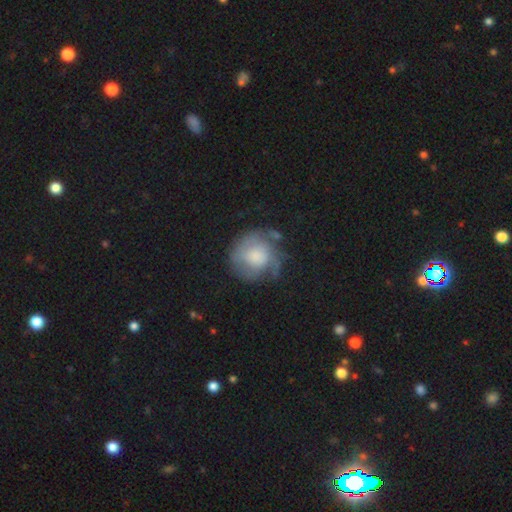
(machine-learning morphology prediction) type=smooth (48%); merging=none (50%).